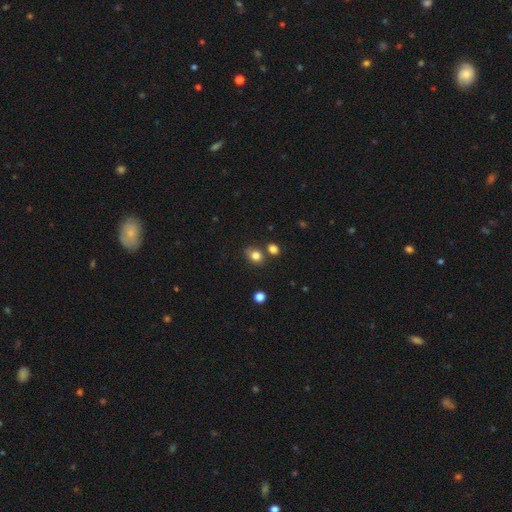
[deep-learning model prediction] smooth-or-featured: smooth: 81% | star or artifact: 12% | featured or disk: 7%
  how-rounded: round: 57% | in between: 42% | cigar-shaped: 1%
  merging: none: 66% | minor disturbance: 16% | merger: 14% | major disturbance: 4%